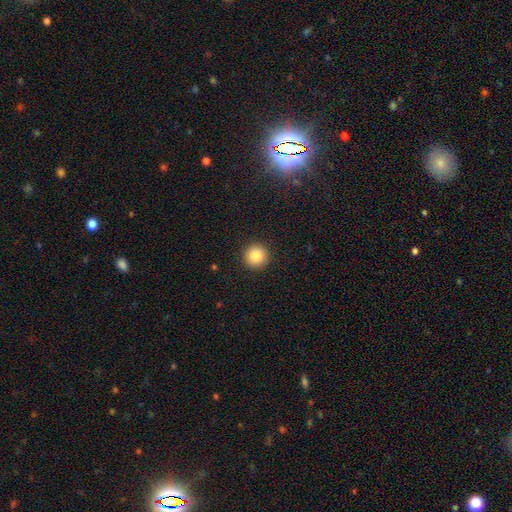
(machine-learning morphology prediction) smooth-or-featured: smooth: 86% | star or artifact: 10% | featured or disk: 5%
  how-rounded: round: 95% | in between: 4% | cigar-shaped: 1%
  merging: none: 93% | minor disturbance: 4% | major disturbance: 2% | merger: 1%